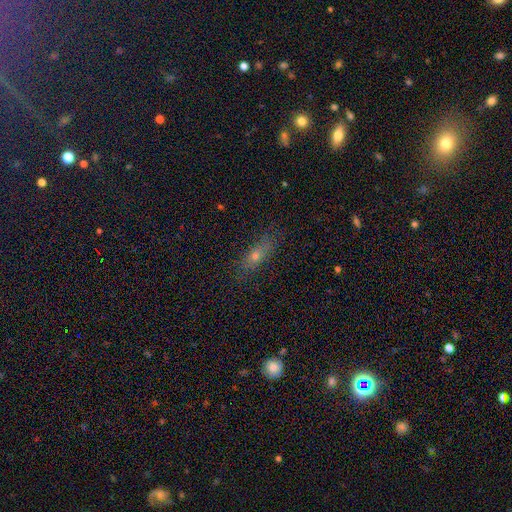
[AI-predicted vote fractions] The model was most divided on "how rounded": cigar-shaped: 51%, in between: 43%, round: 6%. More confident: merging — none (80%); smooth or featured — smooth (55%).